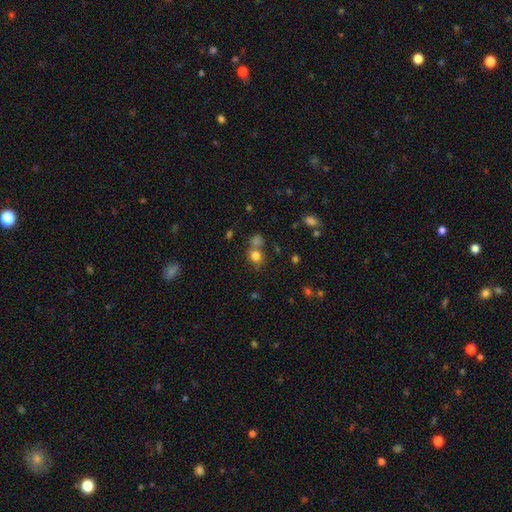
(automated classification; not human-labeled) This is likely a smooth galaxy (79%). How rounded: likely round (76%). Merging: possibly none (58%).